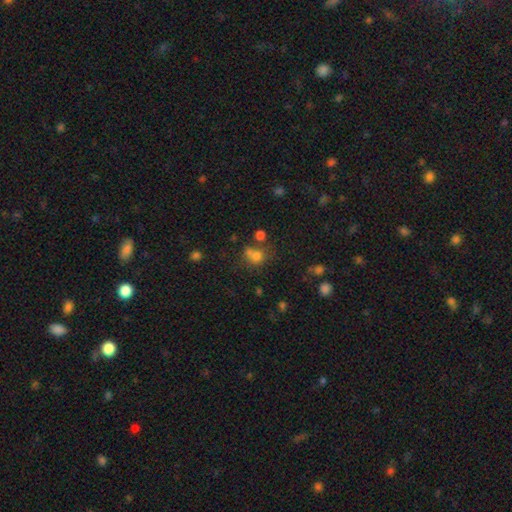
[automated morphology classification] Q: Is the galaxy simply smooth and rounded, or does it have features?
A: smooth — 72%.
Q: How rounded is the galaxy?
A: round — 73%.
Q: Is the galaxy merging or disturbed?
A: none — 48%.